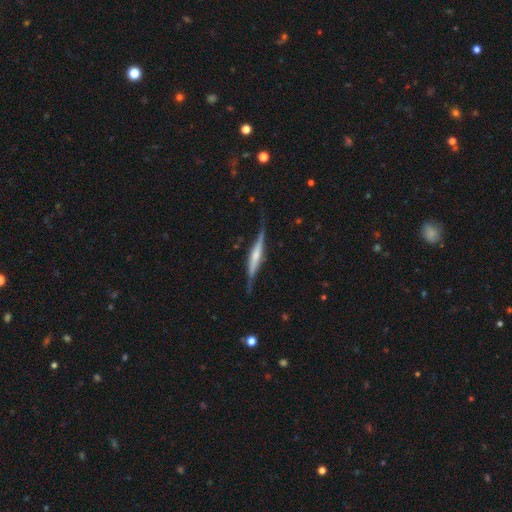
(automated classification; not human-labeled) A featured or disk galaxy (72%) viewed edge-on (93%) with a rounded central bulge (52%).

Vote fractions:
- Smooth or featured? featured or disk: 72% / smooth: 23% / star or artifact: 5%
- Edge-on disk? yes: 93% / no: 7%
- Edge-on bulge? rounded: 52% / boxy: 28% / none: 20%
- Merging? none: 71% / minor disturbance: 21% / major disturbance: 6% / merger: 2%